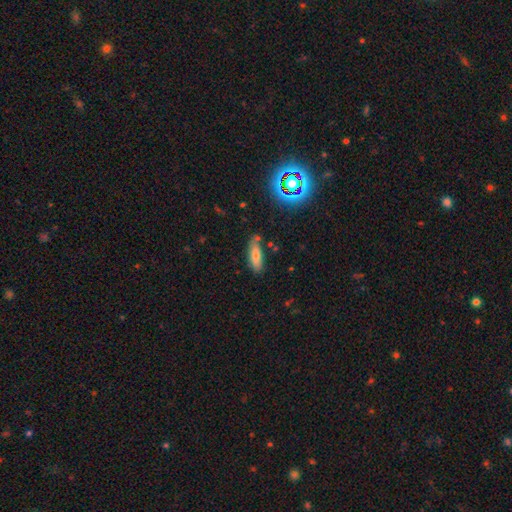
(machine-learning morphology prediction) Smooth or featured?
  - smooth: 72% *
  - featured or disk: 17%
  - star or artifact: 11%
How rounded?
  - in between: 56% *
  - cigar-shaped: 42%
  - round: 3%
Merging?
  - none: 71% *
  - minor disturbance: 20%
  - merger: 5%
  - major disturbance: 4%